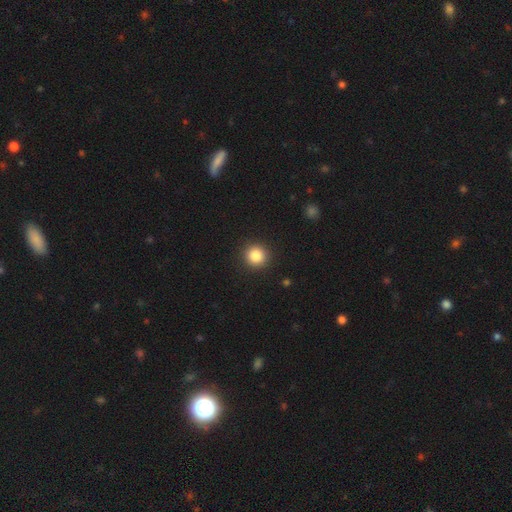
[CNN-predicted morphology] Overall: smooth (85%). How rounded: round (94%). Merging: none (92%).